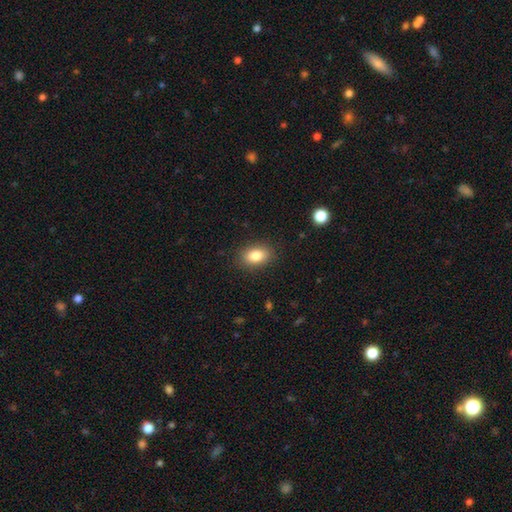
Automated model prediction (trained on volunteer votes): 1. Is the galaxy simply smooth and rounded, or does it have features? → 83% smooth, 9% star or artifact, 8% featured or disk.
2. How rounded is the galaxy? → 84% in between, 14% round, 2% cigar-shaped.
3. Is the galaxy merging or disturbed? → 87% none, 9% minor disturbance, 3% major disturbance, 1% merger.